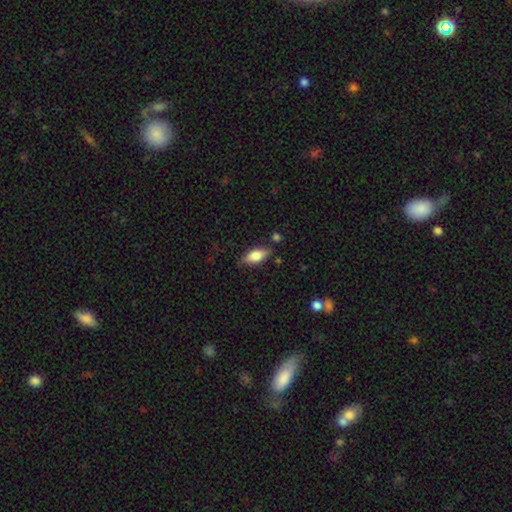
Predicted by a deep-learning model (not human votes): This is likely a smooth galaxy (72%). How rounded: likely in between (80%). Merging: likely none (78%).